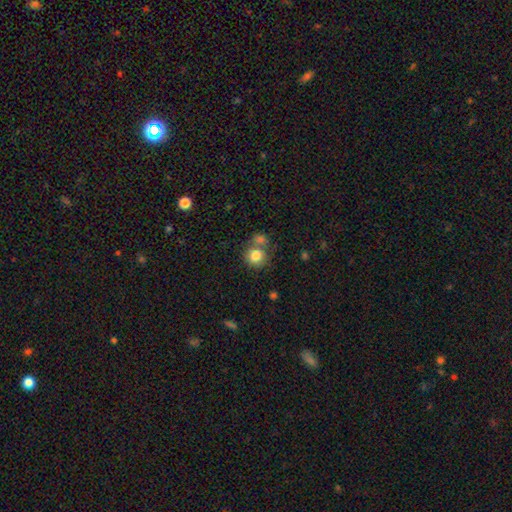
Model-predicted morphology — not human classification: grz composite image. It shows a smooth galaxy with no disk features (82%) that is round (87%). Merging: none (57%).